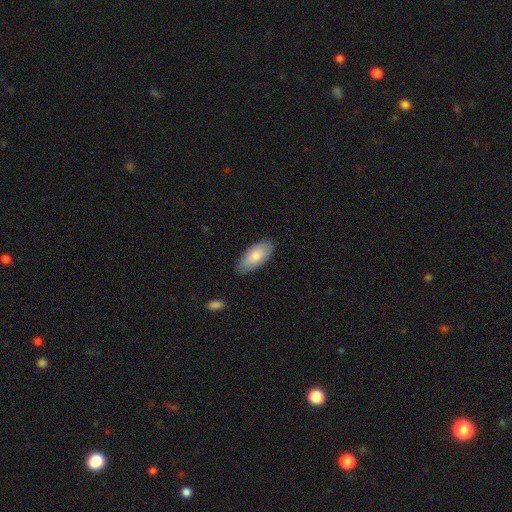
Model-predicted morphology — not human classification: Smooth or featured? smooth (81%)
How rounded? in between (89%)
Merging? none (84%)